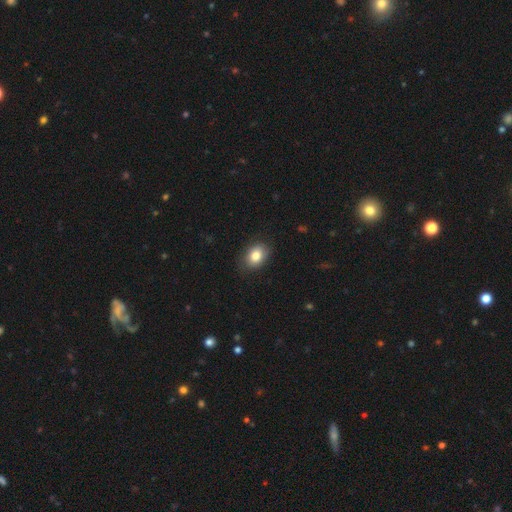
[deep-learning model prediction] Morphology: type=smooth (83%); roundness=in between (74%); merging=none (83%).